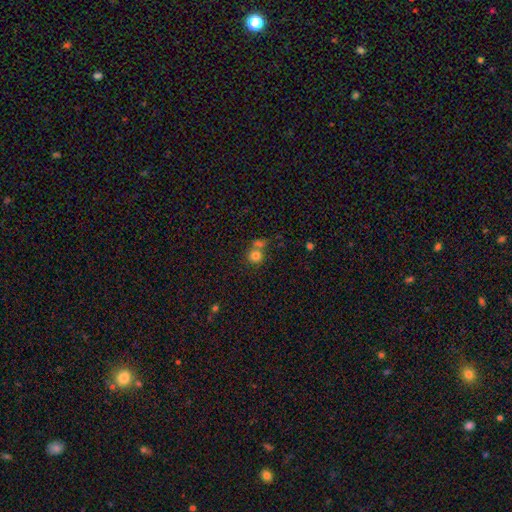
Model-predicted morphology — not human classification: Smooth or featured: smooth — 80% (star or artifact — 11%)
How rounded: round — 85% (in between — 14%)
Merging: none — 47% (merger — 40%)